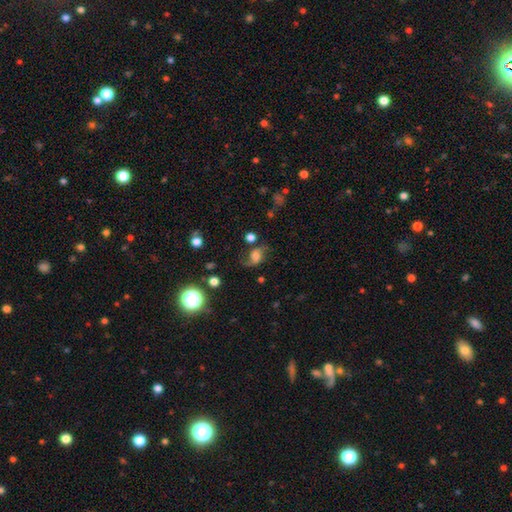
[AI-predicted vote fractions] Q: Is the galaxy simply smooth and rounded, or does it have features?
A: featured or disk — 57%.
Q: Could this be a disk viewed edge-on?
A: no — 96%.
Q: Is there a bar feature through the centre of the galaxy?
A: no — 60%.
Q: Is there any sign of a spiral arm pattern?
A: yes — 91%.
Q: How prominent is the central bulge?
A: moderate — 30%.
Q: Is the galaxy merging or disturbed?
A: none — 57%.